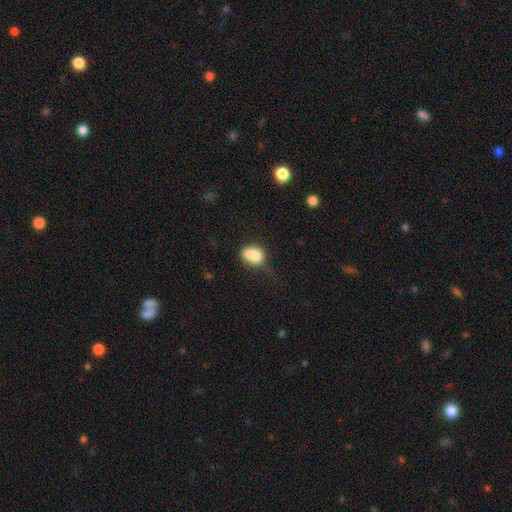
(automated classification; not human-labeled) smooth 72%, featured or disk 18%, star or artifact 10%. Down the decision tree: how rounded — in between (59%); merging — merger (43%).